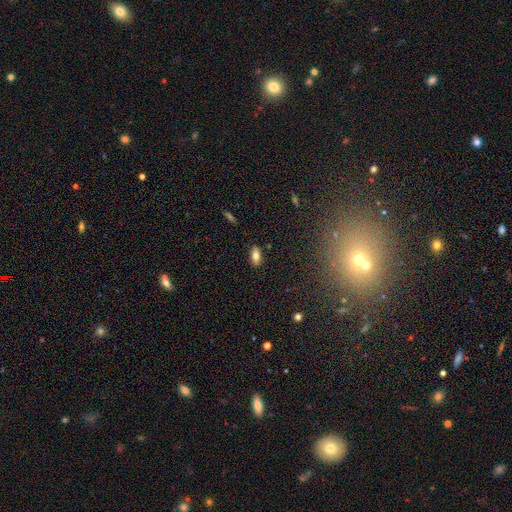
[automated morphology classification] Smooth or featured: smooth — 73% (featured or disk — 18%)
How rounded: in between — 85% (cigar-shaped — 11%)
Merging: none — 87% (minor disturbance — 9%)